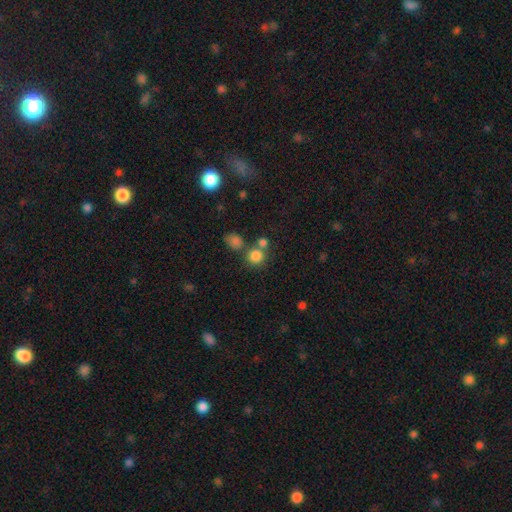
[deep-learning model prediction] A smooth galaxy with no disk features (81%) that is round (87%).

Vote fractions:
- Smooth or featured? smooth: 81% / star or artifact: 13% / featured or disk: 6%
- How rounded? round: 87% / in between: 12% / cigar-shaped: 1%
- Merging? none: 58% / merger: 28% / minor disturbance: 9% / major disturbance: 5%